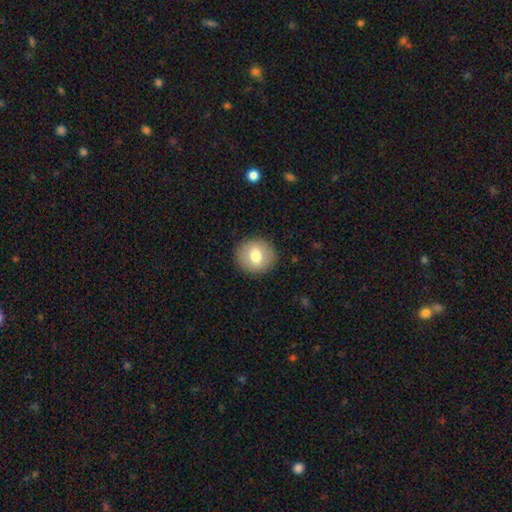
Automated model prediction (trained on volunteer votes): This appears to be a smooth galaxy with no disk features (76%) that is round (87%). Merging: none (90%).